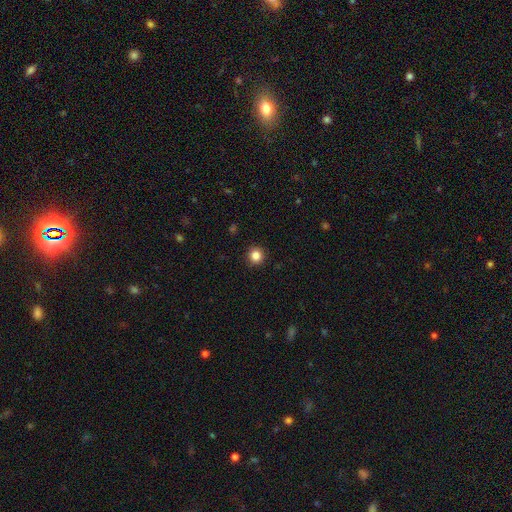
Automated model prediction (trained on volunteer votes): Smooth or featured: smooth — 85% (star or artifact — 11%)
How rounded: round — 93% (in between — 6%)
Merging: none — 92% (minor disturbance — 5%)